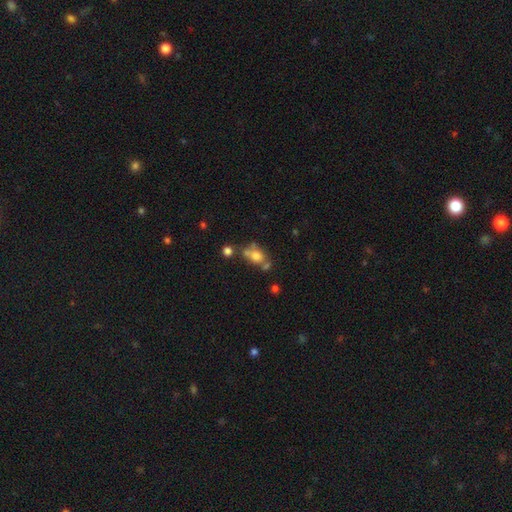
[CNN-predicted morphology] A smooth galaxy with no disk features (64%) that is in between round and cigar-shaped (54%).

Vote fractions:
- Smooth or featured? smooth: 64% / featured or disk: 22% / star or artifact: 14%
- How rounded? in between: 54% / round: 43% / cigar-shaped: 3%
- Merging? none: 42% / merger: 32% / minor disturbance: 16% / major disturbance: 10%